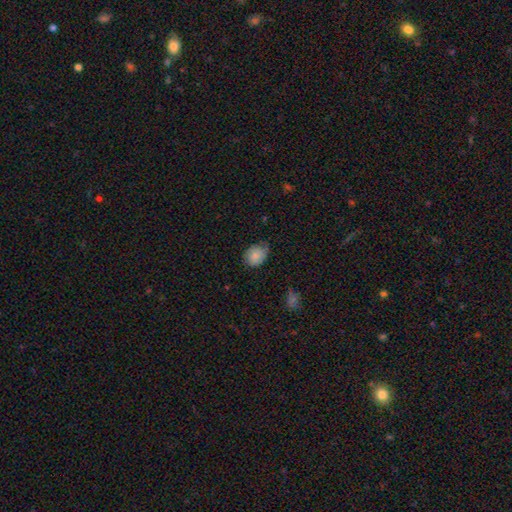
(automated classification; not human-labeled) Smooth or featured? Predicted: smooth (p=0.78). How rounded? Predicted: in between (p=0.58). Merging? Predicted: none (p=0.58).